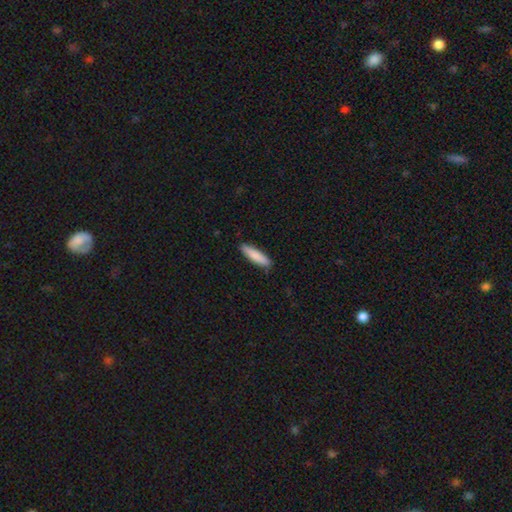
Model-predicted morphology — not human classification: Smooth or featured?
  - smooth: 86% *
  - featured or disk: 9%
  - star or artifact: 5%
How rounded?
  - cigar-shaped: 74% *
  - in between: 25%
  - round: 1%
Merging?
  - none: 87% *
  - minor disturbance: 11%
  - major disturbance: 2%
  - merger: 1%